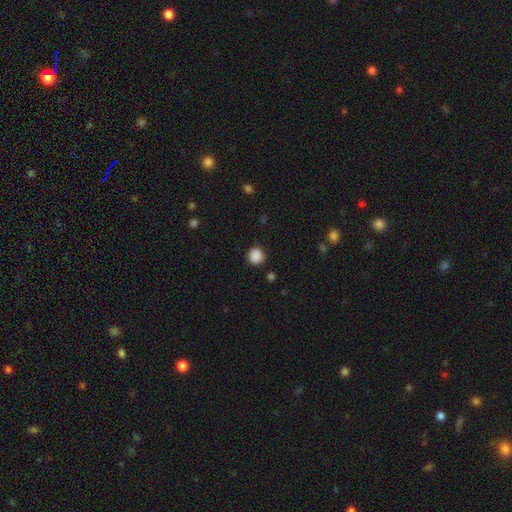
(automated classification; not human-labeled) A smooth galaxy with no disk features (88%) that is round (89%). Merging: none (87%).